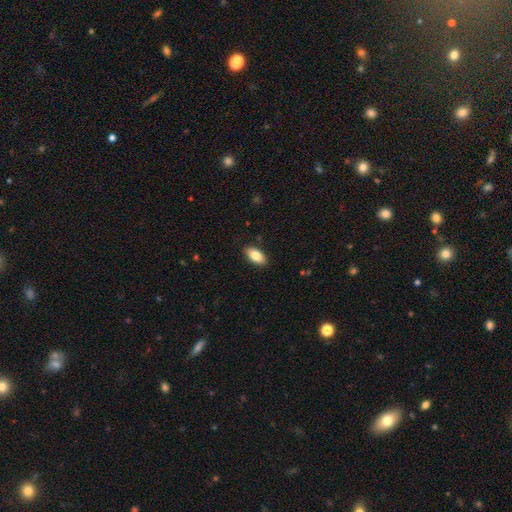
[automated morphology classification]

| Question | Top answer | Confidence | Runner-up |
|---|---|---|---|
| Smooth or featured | smooth | 83% | featured or disk (10%) |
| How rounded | in between | 92% | cigar-shaped (5%) |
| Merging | none | 89% | minor disturbance (8%) |